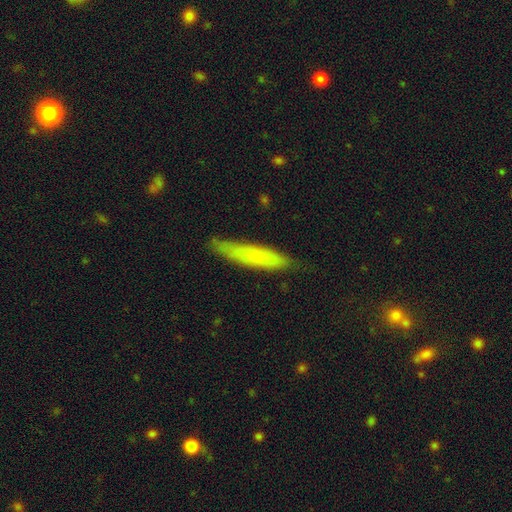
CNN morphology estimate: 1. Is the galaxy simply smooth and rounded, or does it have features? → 65% smooth, 29% featured or disk, 6% star or artifact.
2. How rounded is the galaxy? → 85% cigar-shaped, 13% in between, 1% round.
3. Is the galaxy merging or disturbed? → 77% none, 18% minor disturbance, 3% major disturbance, 1% merger.